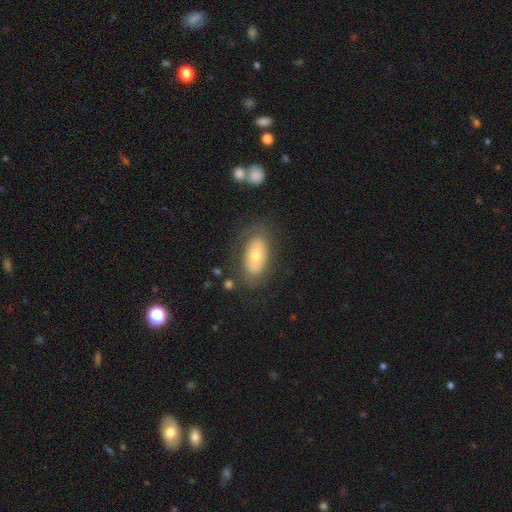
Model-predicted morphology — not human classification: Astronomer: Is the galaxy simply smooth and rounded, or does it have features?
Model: smooth — 55% (runner-up: featured or disk, 38%).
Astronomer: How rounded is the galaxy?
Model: in between — 91%.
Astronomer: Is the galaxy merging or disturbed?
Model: none — 73%.